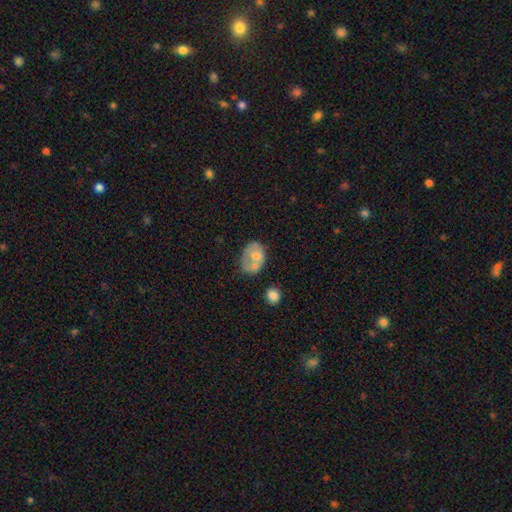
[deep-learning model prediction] A smooth galaxy with no disk features (55%) that is in between round and cigar-shaped (68%). Merging: merger (32%).